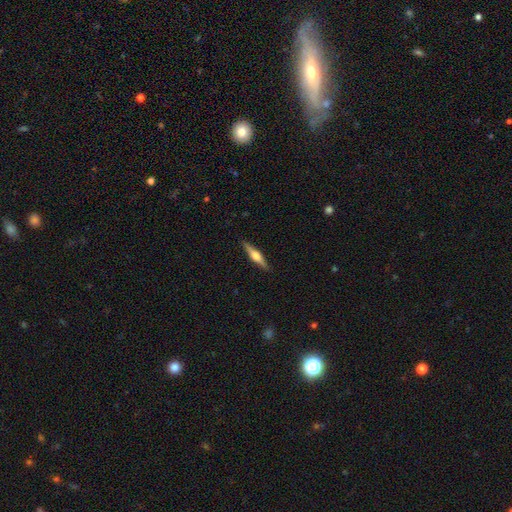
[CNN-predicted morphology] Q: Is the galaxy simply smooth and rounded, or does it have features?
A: featured or disk — 61%.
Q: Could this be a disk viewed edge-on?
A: yes — 97%.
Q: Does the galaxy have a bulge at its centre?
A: rounded — 89%.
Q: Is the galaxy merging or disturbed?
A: none — 90%.